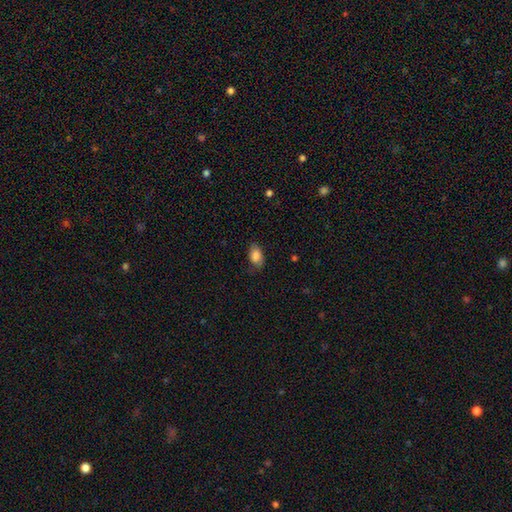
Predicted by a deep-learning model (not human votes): This appears to be a smooth galaxy with no disk features (86%) that is in between round and cigar-shaped (91%). Merging: none (74%).